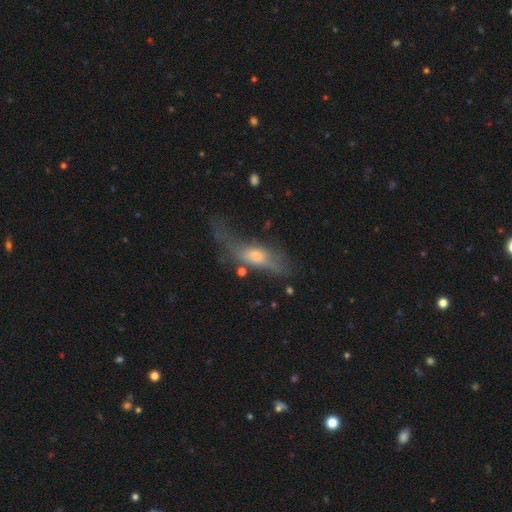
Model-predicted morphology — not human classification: smooth_or_featured: featured or disk (p=0.47) [alt: smooth p=0.44]
merging: major disturbance (p=0.38) [alt: none p=0.32]